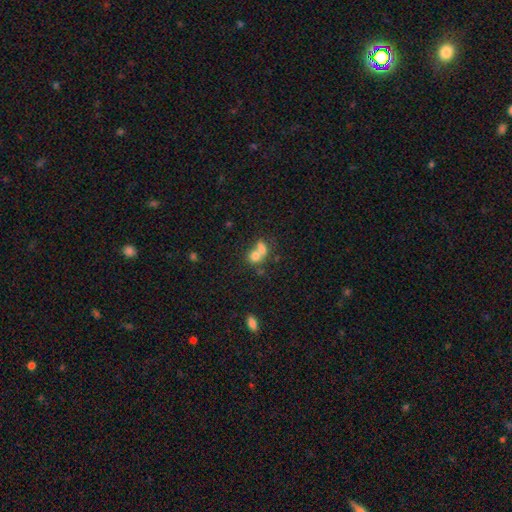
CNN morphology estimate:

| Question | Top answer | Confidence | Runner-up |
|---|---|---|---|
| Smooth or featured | smooth | 72% | featured or disk (16%) |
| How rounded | round | 62% | in between (36%) |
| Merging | merger | 65% | none (25%) |